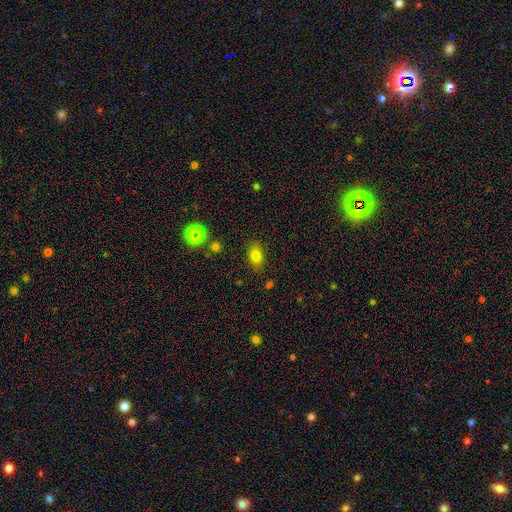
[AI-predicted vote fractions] Overall: smooth (78%). How rounded: in between (82%). Merging: none (84%).